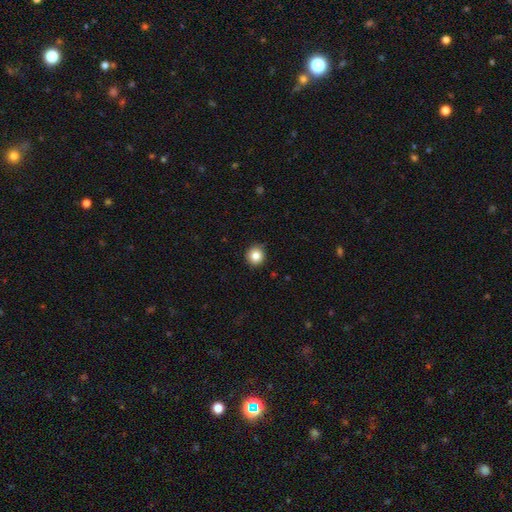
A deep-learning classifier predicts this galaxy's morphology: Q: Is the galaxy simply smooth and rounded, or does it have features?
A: smooth — 84%.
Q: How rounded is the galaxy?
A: round — 91%.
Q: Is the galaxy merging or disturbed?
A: none — 89%.